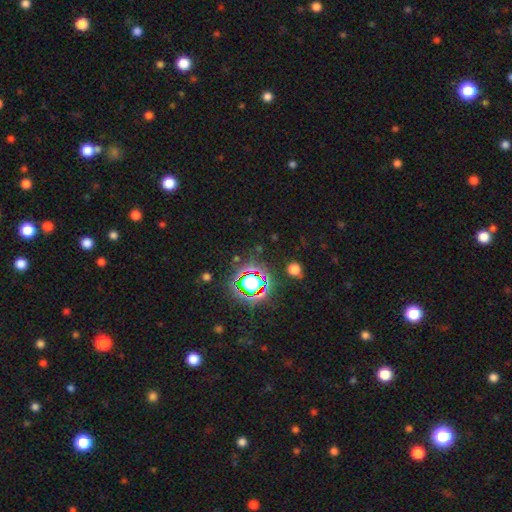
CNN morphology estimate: This appears to be a star or artifact, not a galaxy (77%).